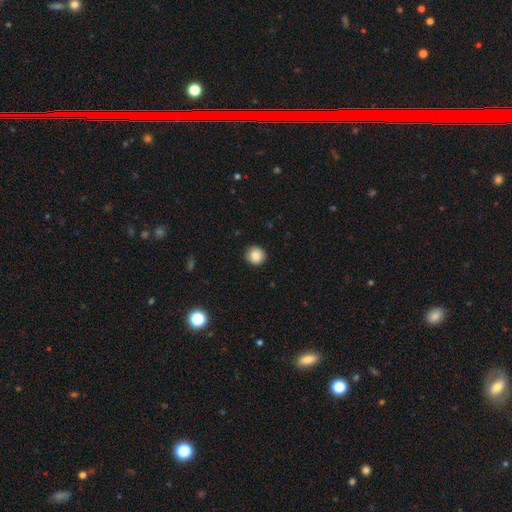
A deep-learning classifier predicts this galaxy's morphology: smooth_or_featured: smooth (p=0.86) [alt: star or artifact p=0.09]
how_rounded: round (p=0.93) [alt: in between p=0.06]
merging: none (p=0.90) [alt: minor disturbance p=0.07]